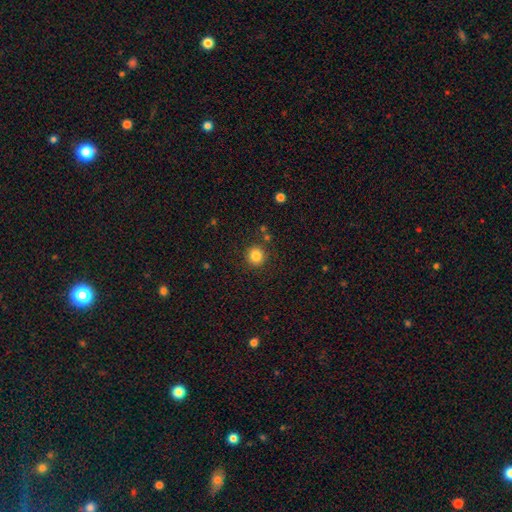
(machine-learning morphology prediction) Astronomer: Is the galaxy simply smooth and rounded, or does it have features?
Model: smooth — 84%.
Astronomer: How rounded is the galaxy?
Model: round — 93%.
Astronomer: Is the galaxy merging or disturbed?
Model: none — 88%.